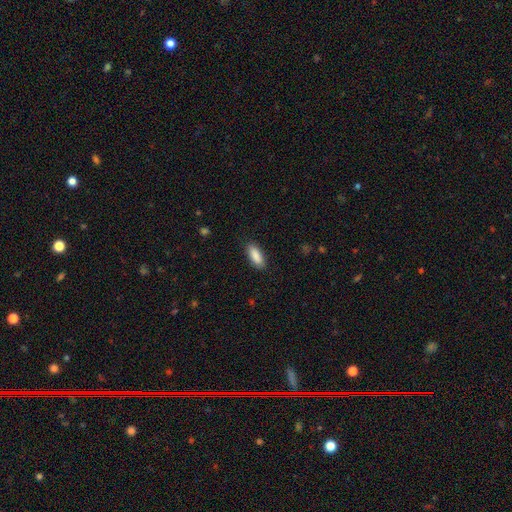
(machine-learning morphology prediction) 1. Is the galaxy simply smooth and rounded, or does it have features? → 89% smooth, 6% star or artifact, 5% featured or disk.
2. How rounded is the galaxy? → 76% in between, 23% cigar-shaped, 2% round.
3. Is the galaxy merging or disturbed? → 87% none, 9% minor disturbance, 2% major disturbance, 1% merger.